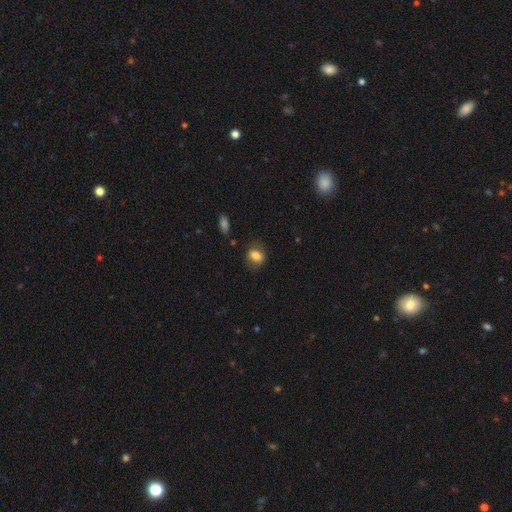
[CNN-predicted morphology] smooth 76%, featured or disk 16%, star or artifact 9%. Down the decision tree: how rounded — in between (59%); merging — none (71%).